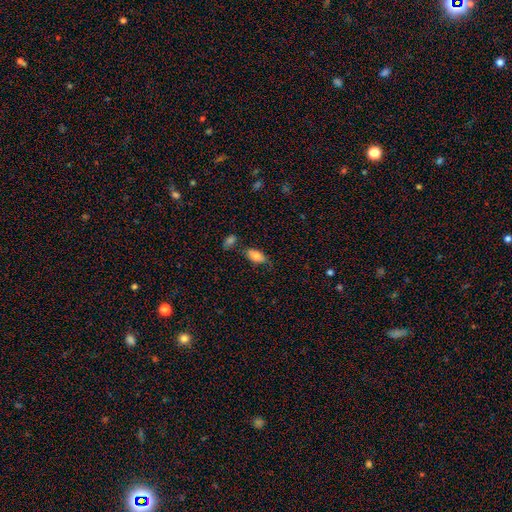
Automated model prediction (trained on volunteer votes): Morphology: type=smooth (81%); roundness=in between (89%); merging=none (61%).